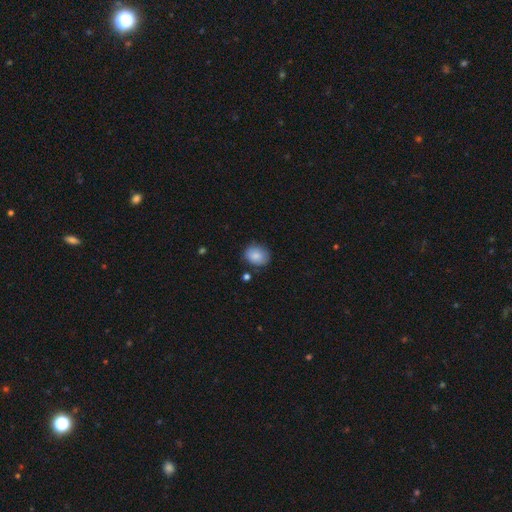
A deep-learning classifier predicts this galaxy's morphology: This appears to be a smooth galaxy with no disk features (85%) that is round (58%). Merging: none (78%).